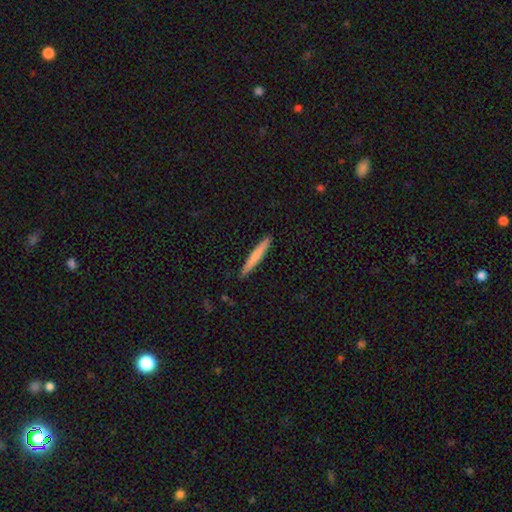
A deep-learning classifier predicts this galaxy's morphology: A smooth galaxy with no disk features (68%) that is cigar-shaped (97%).

Vote fractions:
- Smooth or featured? smooth: 68% / featured or disk: 27% / star or artifact: 5%
- How rounded? cigar-shaped: 97% / in between: 2% / round: 1%
- Merging? none: 92% / minor disturbance: 6% / major disturbance: 1% / merger: 1%